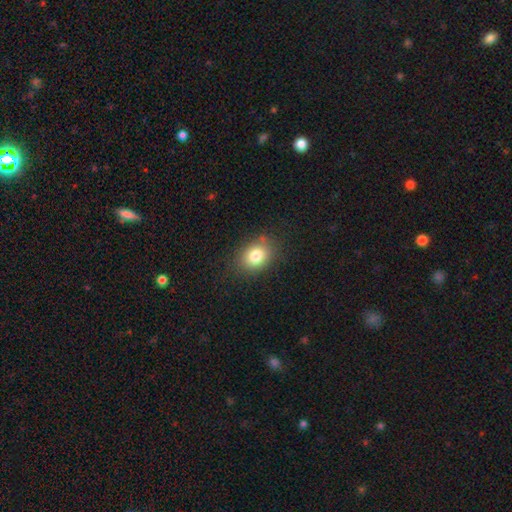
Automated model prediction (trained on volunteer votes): Smooth or featured? smooth (82%)
How rounded? in between (65%)
Merging? none (81%)